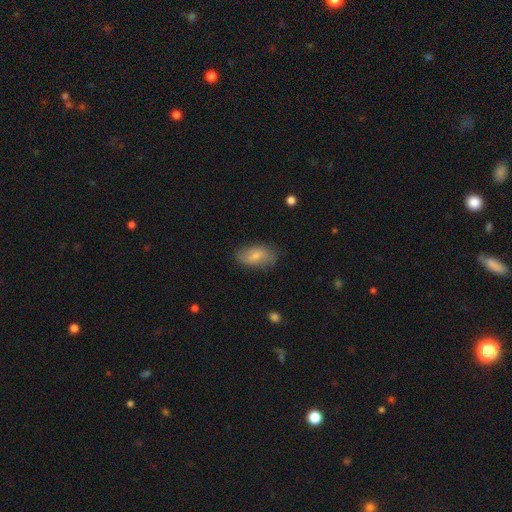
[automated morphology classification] This is likely a smooth galaxy (64%). How rounded: clearly in between (92%). Merging: likely none (70%).